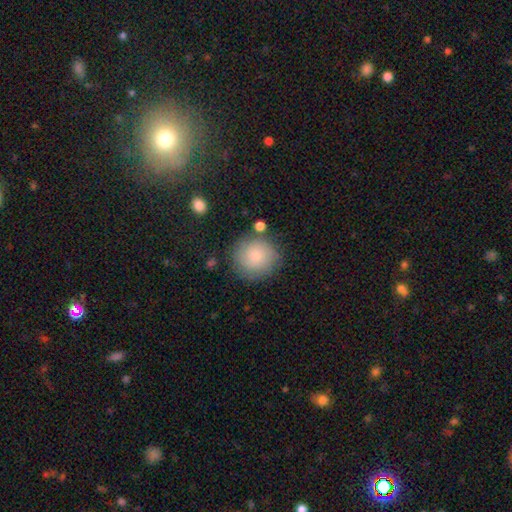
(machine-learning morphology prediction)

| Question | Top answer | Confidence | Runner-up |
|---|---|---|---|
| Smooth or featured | smooth | 77% | featured or disk (15%) |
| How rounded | round | 93% | in between (6%) |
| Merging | none | 79% | minor disturbance (13%) |